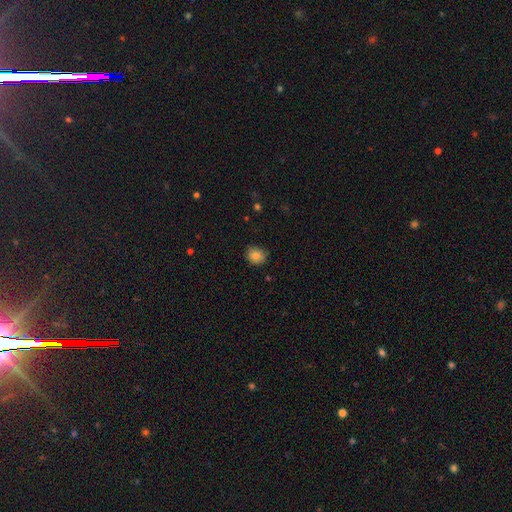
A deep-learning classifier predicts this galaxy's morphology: Q: Smooth or featured?
A: smooth (81%); runner-up: star or artifact (10%)
Q: How rounded?
A: round (71%); runner-up: in between (28%)
Q: Merging?
A: none (84%); runner-up: minor disturbance (13%)